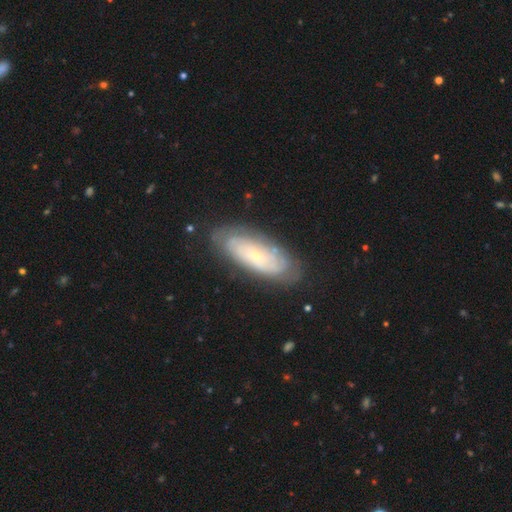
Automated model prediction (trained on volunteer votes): Smooth or featured? Predicted: featured or disk (p=0.69). Edge-on disk? Predicted: no (p=0.87). Bar? Predicted: no (p=0.82). Spiral arms? Predicted: yes (p=0.79). Bulge size? Predicted: small (p=0.79). Merging? Predicted: none (p=0.78).